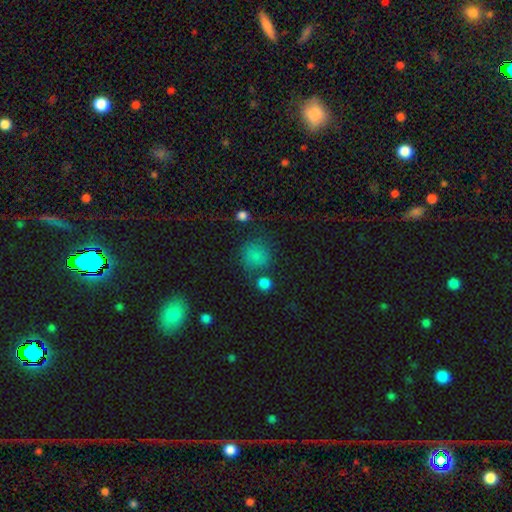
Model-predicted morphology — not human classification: A smooth galaxy with no disk features (79%) that is round (83%).

Vote fractions:
- Smooth or featured? smooth: 79% / star or artifact: 14% / featured or disk: 7%
- How rounded? round: 83% / in between: 16% / cigar-shaped: 1%
- Merging? none: 64% / minor disturbance: 17% / merger: 10% / major disturbance: 8%